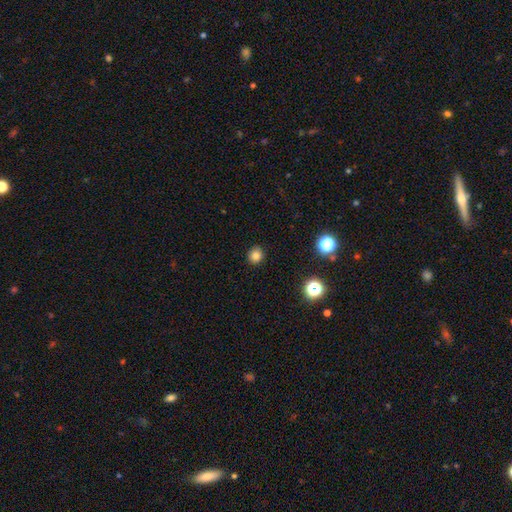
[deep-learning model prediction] Smooth or featured: smooth — 81% (star or artifact — 14%)
How rounded: round — 87% (in between — 12%)
Merging: none — 90% (minor disturbance — 7%)